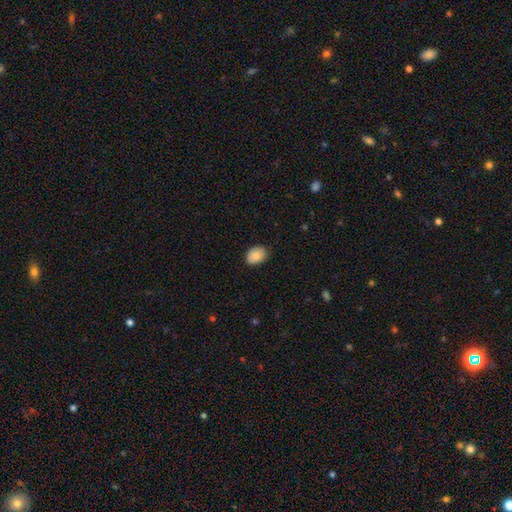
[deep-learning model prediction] This is clearly a smooth galaxy (86%). How rounded: likely in between (70%). Merging: clearly none (84%).